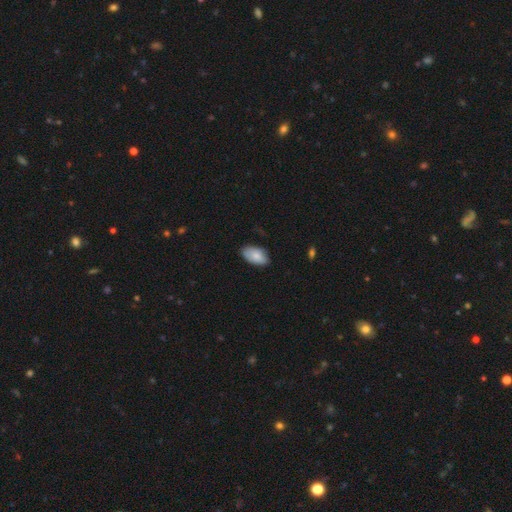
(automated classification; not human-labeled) Smooth or featured? Predicted: smooth (p=0.82). How rounded? Predicted: in between (p=0.94). Merging? Predicted: none (p=0.76).